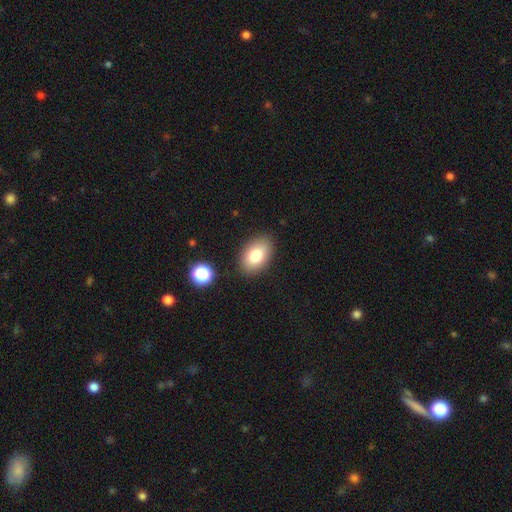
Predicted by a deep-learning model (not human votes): Morphology: type=smooth (80%); roundness=in between (89%); merging=none (86%).